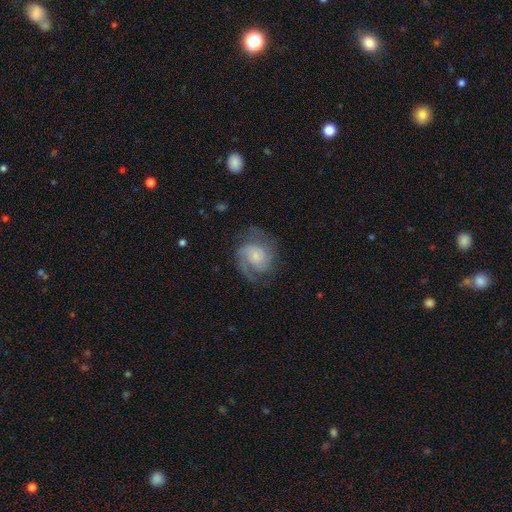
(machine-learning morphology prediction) Smooth or featured? featured or disk (78%)
Edge-on disk? no (98%)
Bar? no (67%)
Spiral arms? yes (95%)
Spiral winding? medium (46%)
Spiral arm count? 2 (51%)
Bulge size? small (55%)
Merging? none (65%)